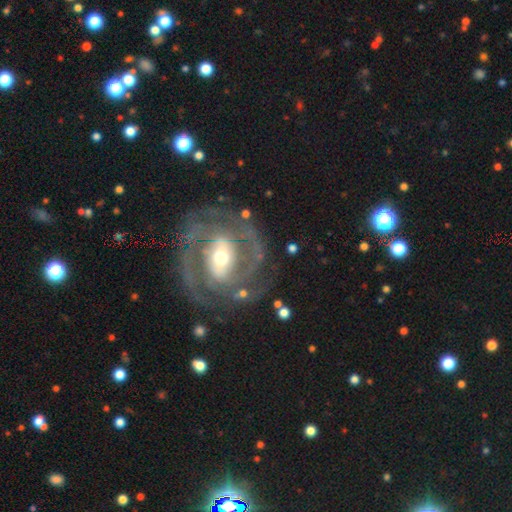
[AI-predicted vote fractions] A featured or disk galaxy (89%) with a strong bar (38%), 2 (68%) tight (51%) spiral arms (93%) and a moderate central bulge (58%). Merging: none (76%).